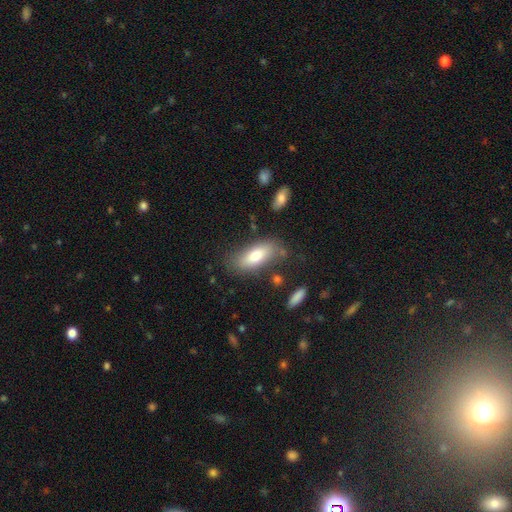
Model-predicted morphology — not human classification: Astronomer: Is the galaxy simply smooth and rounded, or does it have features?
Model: smooth — 74%.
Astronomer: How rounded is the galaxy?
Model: in between — 77%.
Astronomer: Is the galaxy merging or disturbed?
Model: none — 74%.